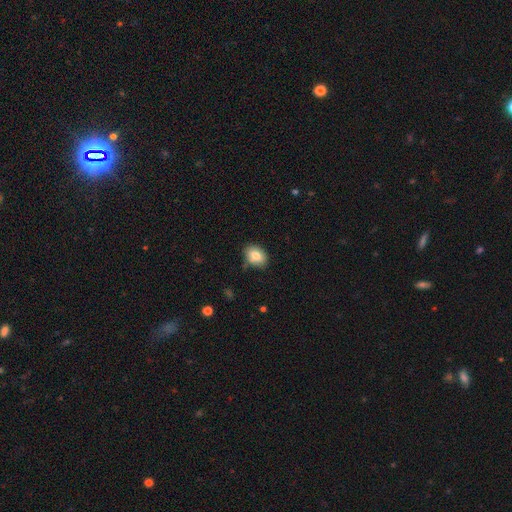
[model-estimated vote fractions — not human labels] Smooth or featured? Predicted: smooth (p=0.82). How rounded? Predicted: in between (p=0.73). Merging? Predicted: none (p=0.77).